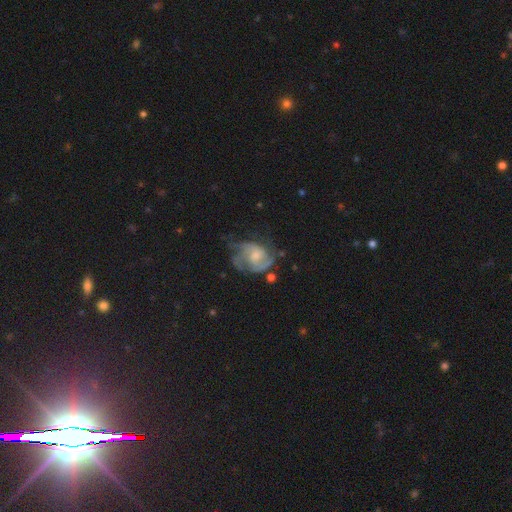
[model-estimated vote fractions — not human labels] This appears to be a featured or disk galaxy (74%) with no bar (63%), 2 (36%) medium (44%) spiral arms (84%) and a moderate central bulge (44%). Merging: none (39%).